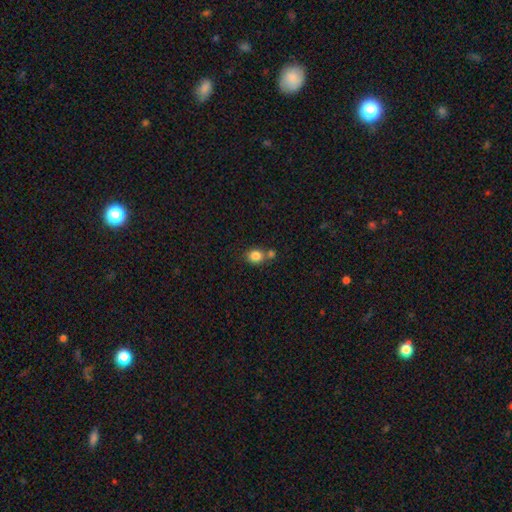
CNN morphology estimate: type=smooth (84%); roundness=round (67%); merging=none (57%).